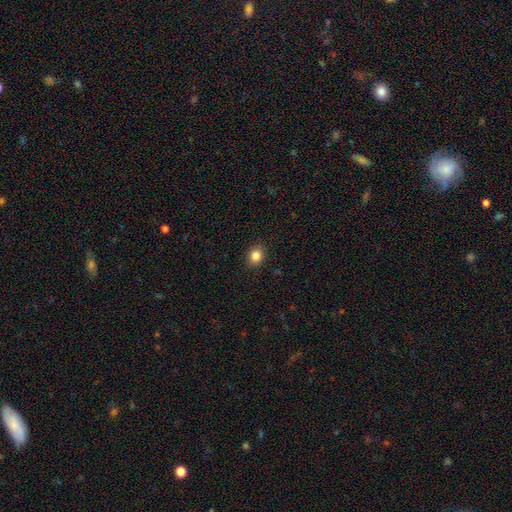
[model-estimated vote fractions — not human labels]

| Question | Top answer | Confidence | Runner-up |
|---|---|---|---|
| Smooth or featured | smooth | 85% | star or artifact (10%) |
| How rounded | round | 57% | in between (42%) |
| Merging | none | 90% | minor disturbance (7%) |